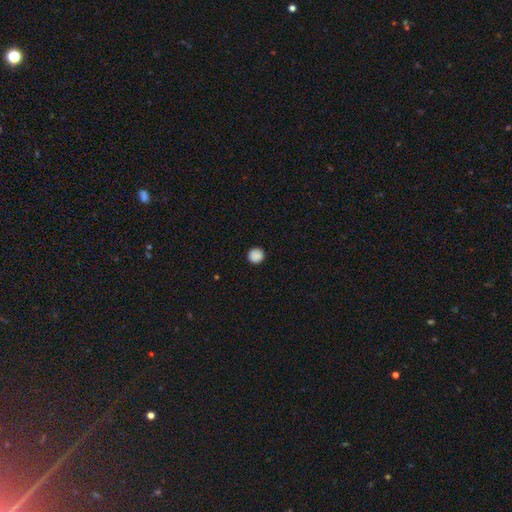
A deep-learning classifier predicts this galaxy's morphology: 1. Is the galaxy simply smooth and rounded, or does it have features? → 88% smooth, 9% star or artifact, 3% featured or disk.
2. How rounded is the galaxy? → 95% round, 5% in between, 1% cigar-shaped.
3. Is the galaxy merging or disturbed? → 92% none, 6% minor disturbance, 2% major disturbance, 1% merger.